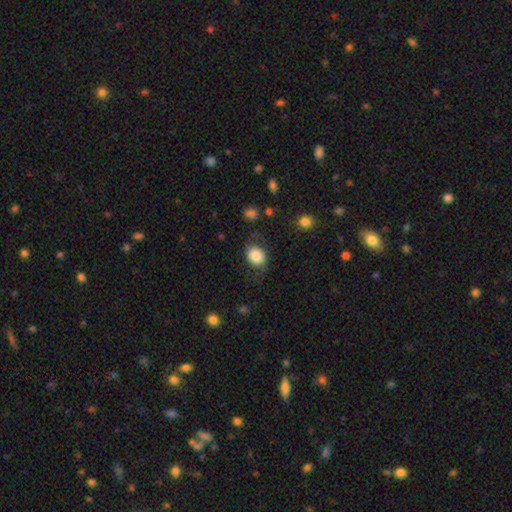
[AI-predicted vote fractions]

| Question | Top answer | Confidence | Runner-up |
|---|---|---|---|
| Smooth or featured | smooth | 75% | featured or disk (17%) |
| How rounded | in between | 53% | round (46%) |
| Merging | none | 63% | minor disturbance (21%) |